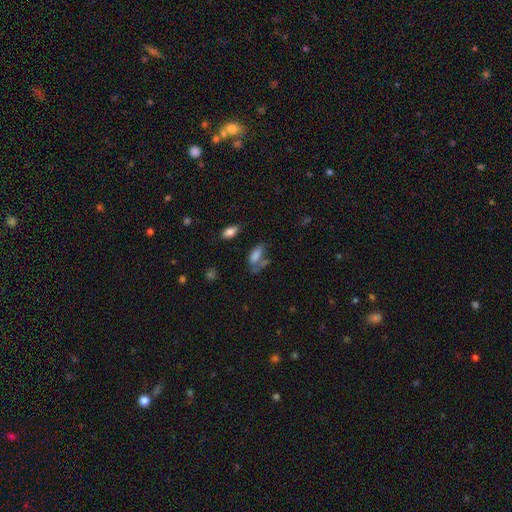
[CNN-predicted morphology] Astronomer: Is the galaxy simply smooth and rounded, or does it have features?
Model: smooth — 70%.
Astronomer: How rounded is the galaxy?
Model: in between — 78%.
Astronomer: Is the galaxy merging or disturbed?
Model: none — 38% (runner-up: major disturbance, 24%).